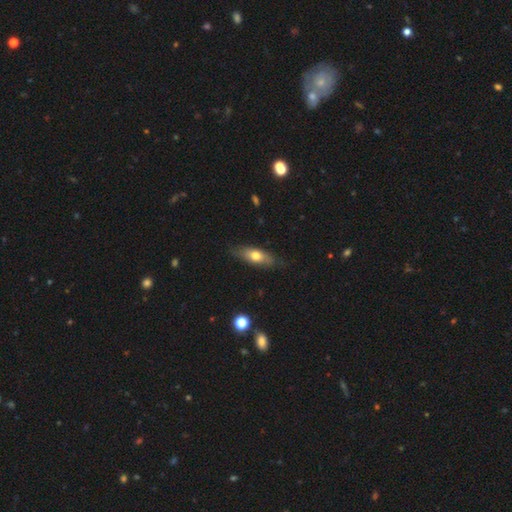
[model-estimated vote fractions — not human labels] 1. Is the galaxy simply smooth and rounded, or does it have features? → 63% smooth, 31% featured or disk, 6% star or artifact.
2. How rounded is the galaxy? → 66% in between, 30% cigar-shaped, 4% round.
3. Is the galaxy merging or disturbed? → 77% none, 19% minor disturbance, 4% major disturbance, 1% merger.